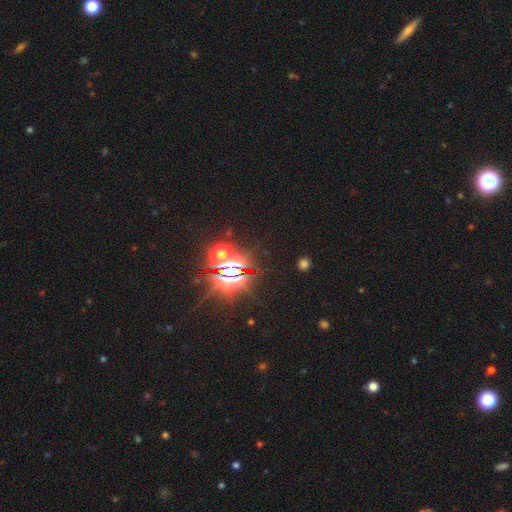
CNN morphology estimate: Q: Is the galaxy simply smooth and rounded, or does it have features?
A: star or artifact — 85%.